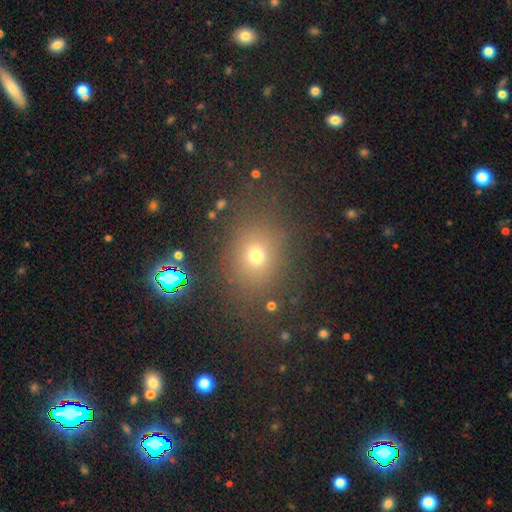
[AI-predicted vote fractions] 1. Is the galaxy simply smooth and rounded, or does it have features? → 66% smooth, 23% star or artifact, 11% featured or disk.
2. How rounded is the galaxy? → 57% round, 41% in between, 2% cigar-shaped.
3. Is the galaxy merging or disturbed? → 78% none, 12% minor disturbance, 7% major disturbance, 3% merger.